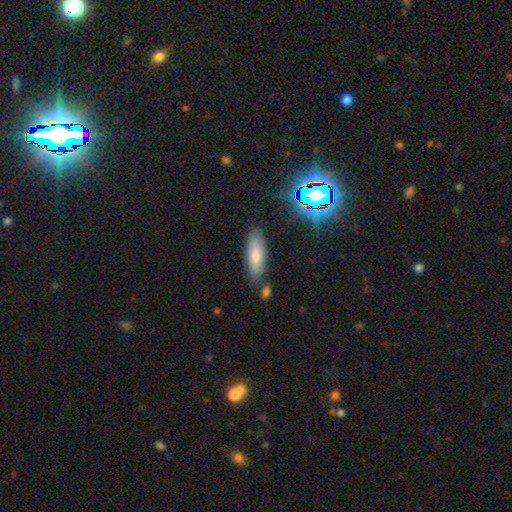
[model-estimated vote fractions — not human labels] A smooth galaxy with no disk features (76%) that is in between round and cigar-shaped (57%).

Vote fractions:
- Smooth or featured? smooth: 76% / featured or disk: 14% / star or artifact: 10%
- How rounded? in between: 57% / cigar-shaped: 40% / round: 2%
- Merging? none: 79% / minor disturbance: 13% / merger: 5% / major disturbance: 3%